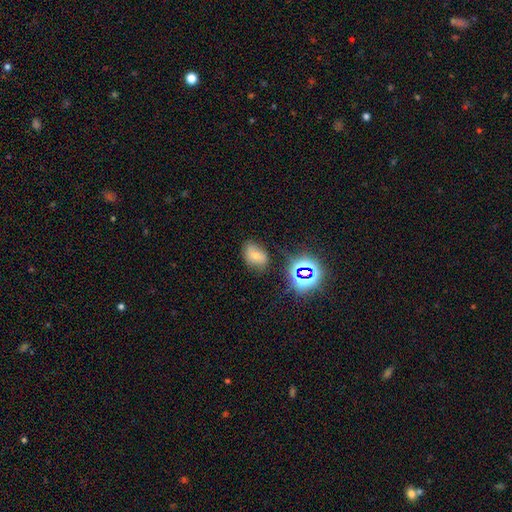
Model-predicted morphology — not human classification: Q: Smooth or featured?
A: smooth (54%); runner-up: featured or disk (24%)
Q: How rounded?
A: in between (79%); runner-up: round (19%)
Q: Merging?
A: none (64%); runner-up: minor disturbance (24%)